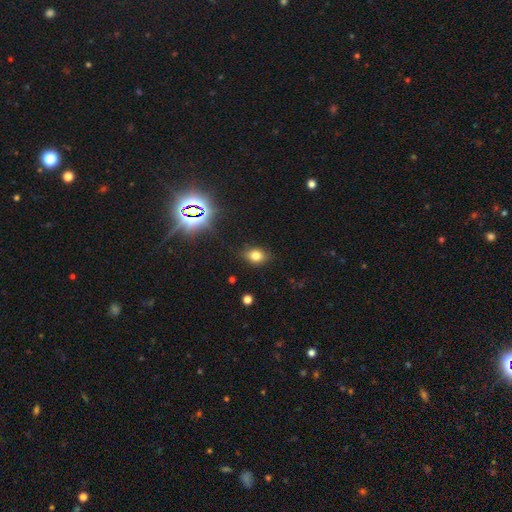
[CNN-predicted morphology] Smooth or featured? smooth (73%)
How rounded? in between (68%)
Merging? none (84%)